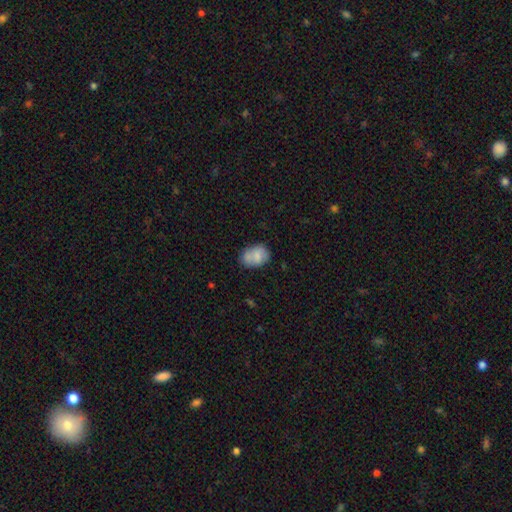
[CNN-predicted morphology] A smooth galaxy with no disk features (75%) that is in between round and cigar-shaped (73%). Merging: none (54%).